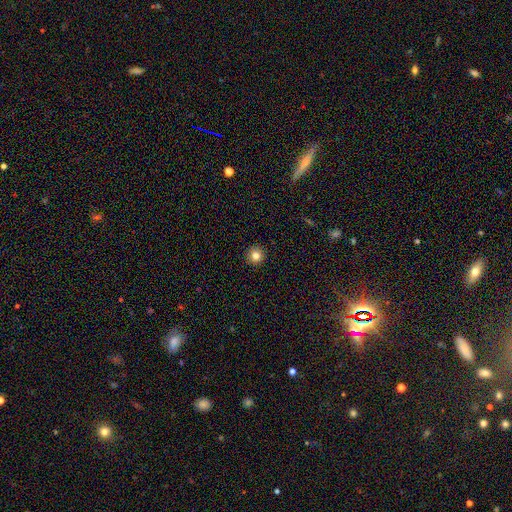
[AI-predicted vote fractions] The model was most divided on "smooth or featured": smooth: 81%, star or artifact: 12%, featured or disk: 7%. More confident: how rounded — round (95%); merging — none (93%).